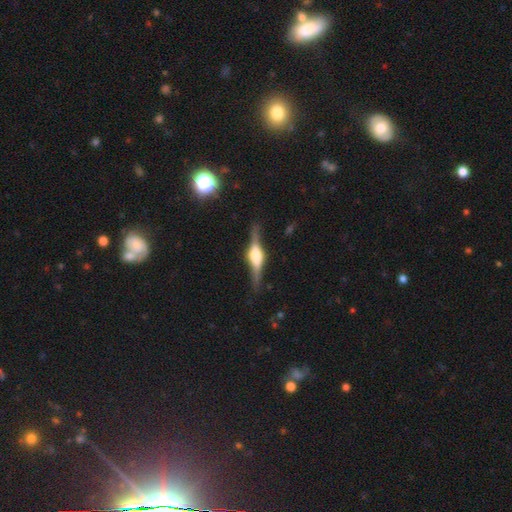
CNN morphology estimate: featured or disk 80%, smooth 13%, star or artifact 6%. Down the decision tree: edge-on disk — yes (97%); edge-on bulge — rounded (79%); merging — none (85%).